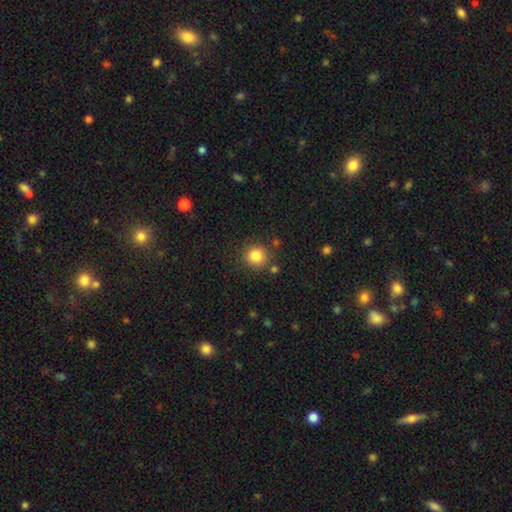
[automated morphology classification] Smooth or featured: smooth — 84% (star or artifact — 11%)
How rounded: round — 91% (in between — 8%)
Merging: none — 82% (minor disturbance — 10%)